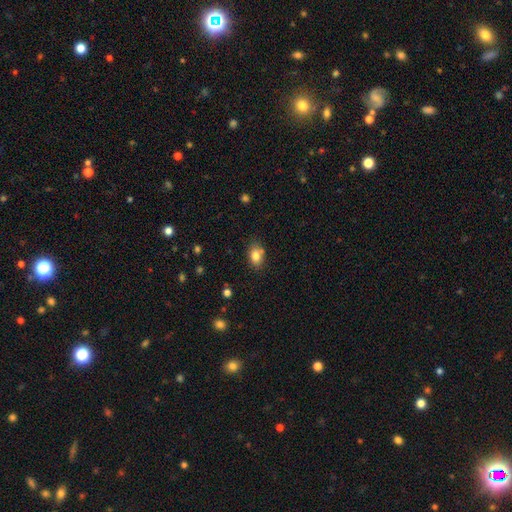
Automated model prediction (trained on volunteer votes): Smooth or featured: smooth — 80% (featured or disk — 10%)
How rounded: in between — 77% (round — 21%)
Merging: none — 69% (minor disturbance — 18%)